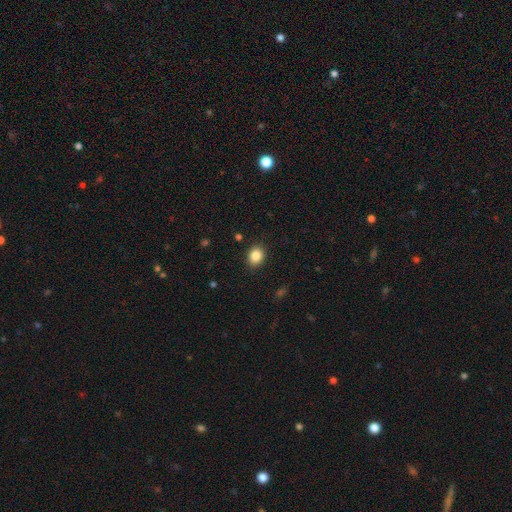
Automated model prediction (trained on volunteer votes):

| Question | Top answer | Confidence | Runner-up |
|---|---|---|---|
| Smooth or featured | smooth | 86% | star or artifact (9%) |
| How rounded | round | 54% | in between (45%) |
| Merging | none | 89% | minor disturbance (8%) |